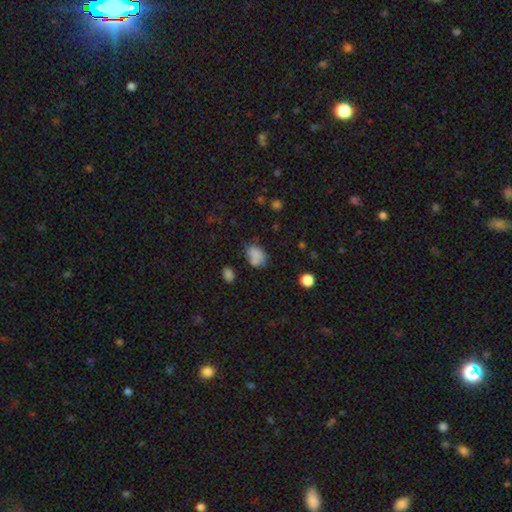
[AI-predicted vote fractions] A smooth galaxy with no disk features (78%) that is in between round and cigar-shaped (73%).

Vote fractions:
- Smooth or featured? smooth: 78% / star or artifact: 12% / featured or disk: 10%
- How rounded? in between: 73% / round: 26% / cigar-shaped: 1%
- Merging? none: 56% / minor disturbance: 24% / merger: 11% / major disturbance: 9%